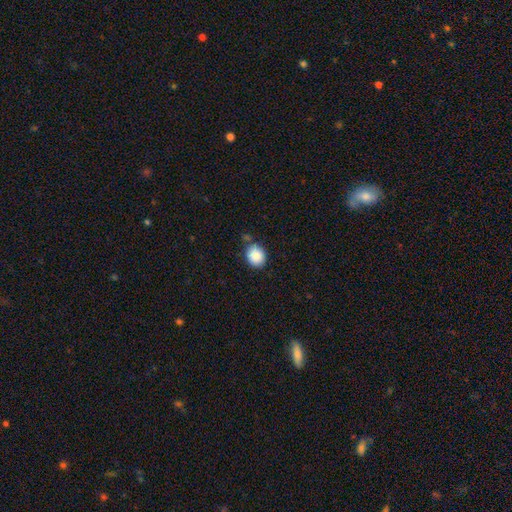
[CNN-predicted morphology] type=smooth (88%); roundness=round (54%); merging=none (74%).